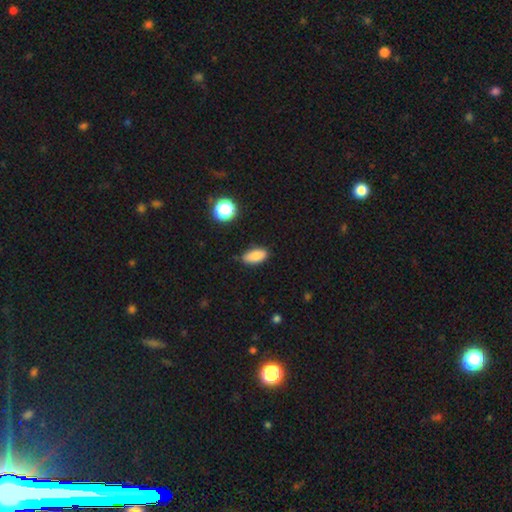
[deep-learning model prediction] A smooth galaxy with no disk features (85%) that is in between round and cigar-shaped (89%).

Vote fractions:
- Smooth or featured? smooth: 85% / star or artifact: 9% / featured or disk: 6%
- How rounded? in between: 89% / cigar-shaped: 7% / round: 4%
- Merging? none: 76% / minor disturbance: 19% / major disturbance: 3% / merger: 2%